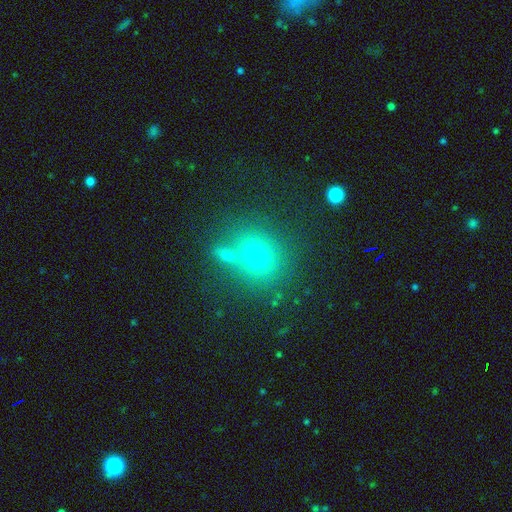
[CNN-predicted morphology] Smooth or featured? smooth (68%)
How rounded? round (77%)
Merging? none (64%)